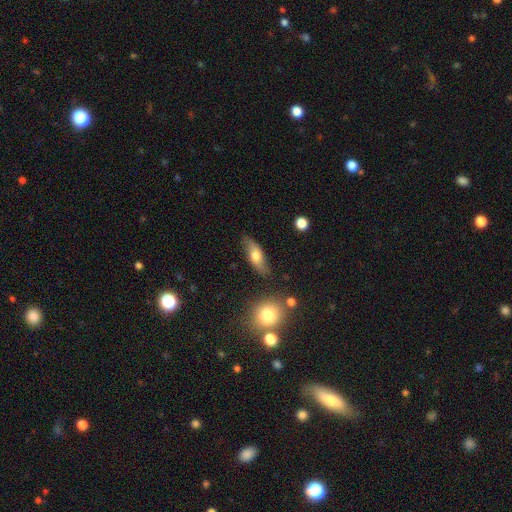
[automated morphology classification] smooth-or-featured: smooth: 53% | featured or disk: 40% | star or artifact: 7%
  how-rounded: in between: 59% | cigar-shaped: 35% | round: 5%
  merging: none: 78% | minor disturbance: 16% | major disturbance: 4% | merger: 3%